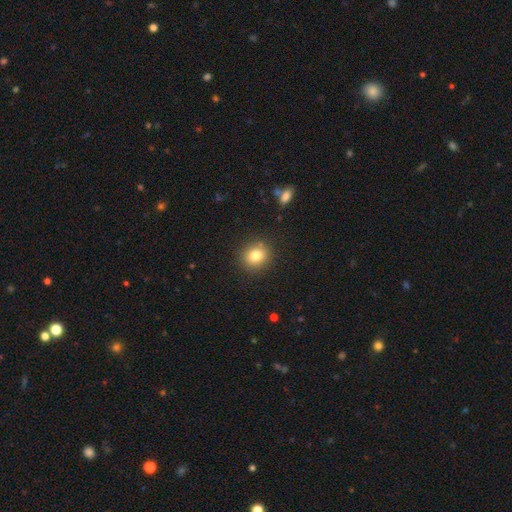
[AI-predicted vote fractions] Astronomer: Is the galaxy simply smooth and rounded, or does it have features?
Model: smooth — 81%.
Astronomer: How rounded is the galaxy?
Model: round — 82%.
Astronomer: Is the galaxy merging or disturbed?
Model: none — 89%.